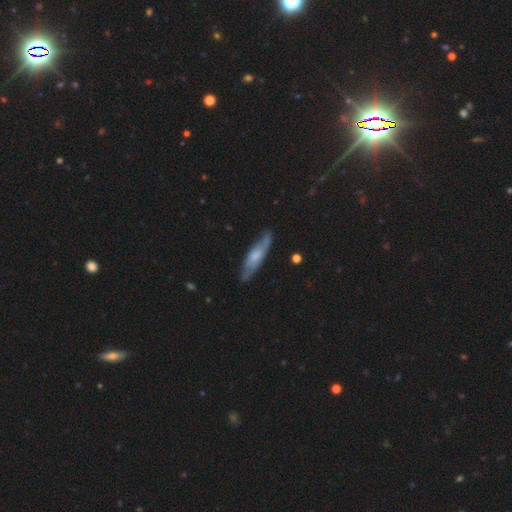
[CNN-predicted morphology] type=featured or disk (51%); edge-on=yes (54%); merging=none (76%).